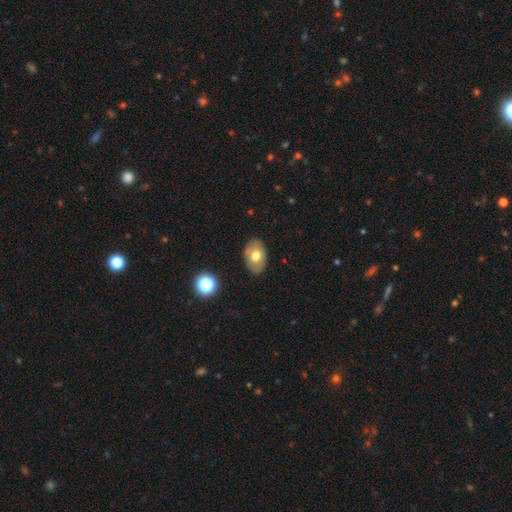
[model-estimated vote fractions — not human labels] smooth_or_featured: smooth (p=0.65) [alt: featured or disk p=0.26]
how_rounded: in between (p=0.85) [alt: round p=0.14]
merging: none (p=0.84) [alt: minor disturbance p=0.12]